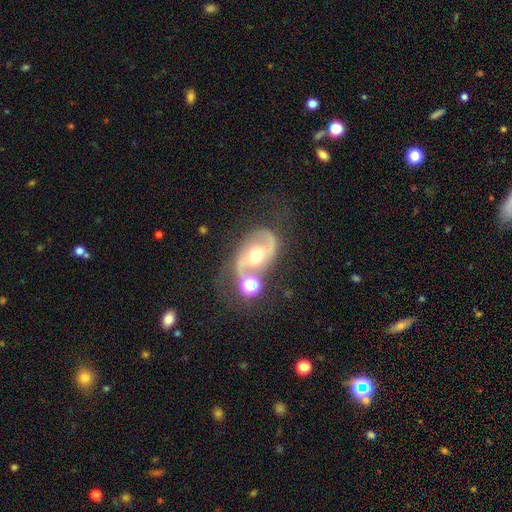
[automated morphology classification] This appears to be a featured or disk galaxy (79%) with no bar (49%), 2 (85%) medium (47%) spiral arms (87%) and a moderate central bulge (74%). Merging: none (49%).